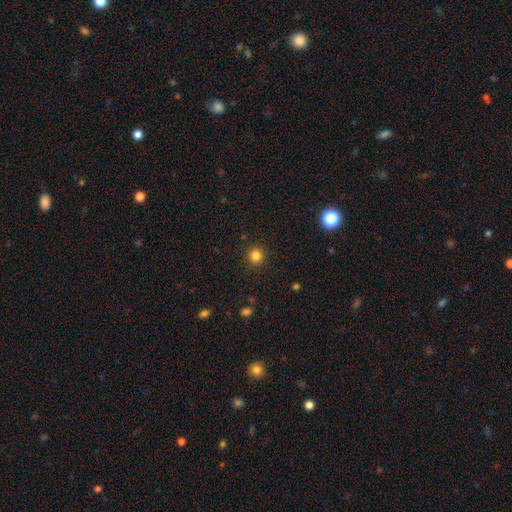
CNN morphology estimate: Overall: smooth (82%). How rounded: round (95%). Merging: none (92%).